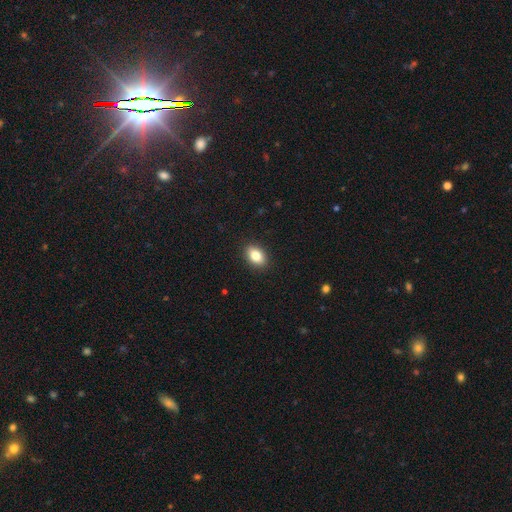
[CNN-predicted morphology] Smooth or featured?
  - smooth: 83% *
  - featured or disk: 9%
  - star or artifact: 8%
How rounded?
  - in between: 84% *
  - round: 14%
  - cigar-shaped: 2%
Merging?
  - none: 90% *
  - minor disturbance: 7%
  - major disturbance: 2%
  - merger: 1%